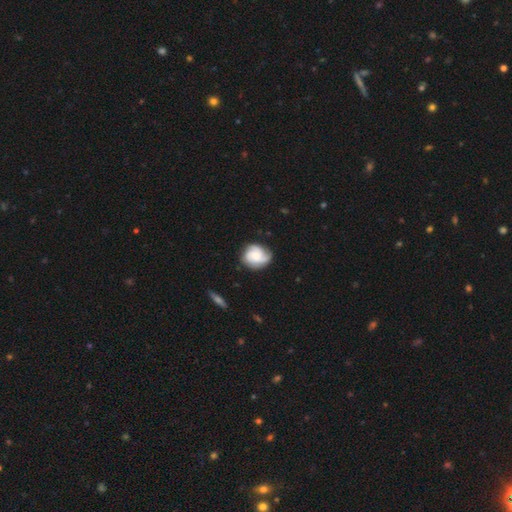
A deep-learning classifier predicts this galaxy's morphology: Q: Smooth or featured?
A: featured or disk (65%); runner-up: smooth (28%)
Q: Edge-on disk?
A: no (98%); runner-up: yes (2%)
Q: Bar?
A: no (73%); runner-up: weak (24%)
Q: Spiral arms?
A: yes (95%); runner-up: no (5%)
Q: Spiral winding?
A: tight (43%); runner-up: medium (40%)
Q: Spiral arm count?
A: 3 (58%); runner-up: 2 (14%)
Q: Bulge size?
A: moderate (34%); runner-up: small (31%)
Q: Merging?
A: none (72%); runner-up: minor disturbance (20%)